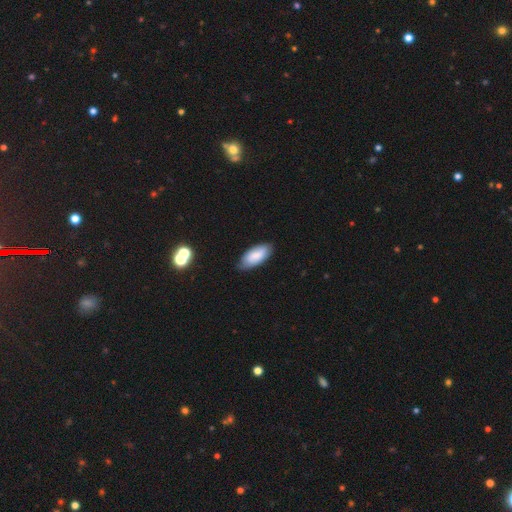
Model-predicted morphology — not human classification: A smooth galaxy with no disk features (81%) that is in between round and cigar-shaped (90%).

Vote fractions:
- Smooth or featured? smooth: 81% / featured or disk: 12% / star or artifact: 7%
- How rounded? in between: 90% / cigar-shaped: 9% / round: 2%
- Merging? none: 80% / minor disturbance: 17% / major disturbance: 3% / merger: 1%